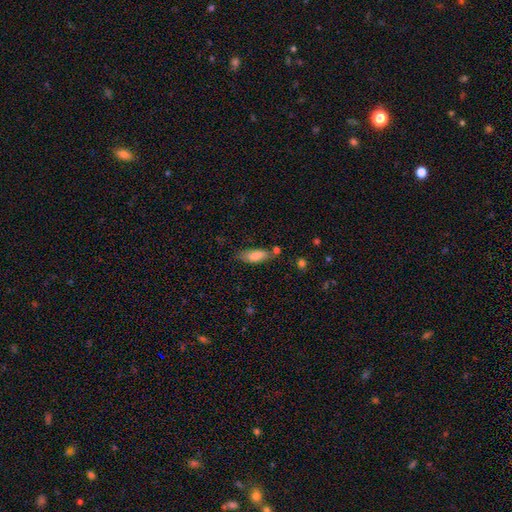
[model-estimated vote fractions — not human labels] Smooth or featured: smooth — 82% (featured or disk — 11%)
How rounded: in between — 69% (cigar-shaped — 29%)
Merging: none — 63% (minor disturbance — 21%)